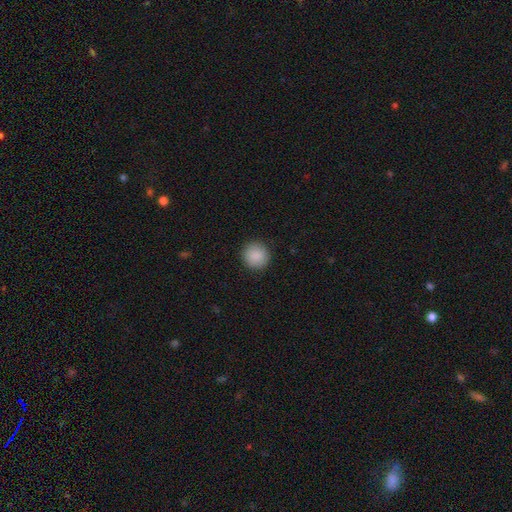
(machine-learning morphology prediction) smooth-or-featured: smooth: 89% | star or artifact: 8% | featured or disk: 3%
  how-rounded: round: 94% | in between: 5% | cigar-shaped: 1%
  merging: none: 91% | minor disturbance: 6% | major disturbance: 2% | merger: 1%